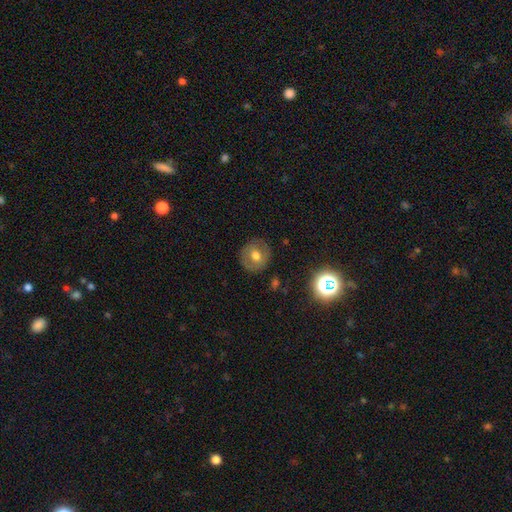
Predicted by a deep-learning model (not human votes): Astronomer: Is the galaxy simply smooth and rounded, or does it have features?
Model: smooth — 59%.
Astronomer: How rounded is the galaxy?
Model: round — 88%.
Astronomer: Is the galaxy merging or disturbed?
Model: none — 86%.